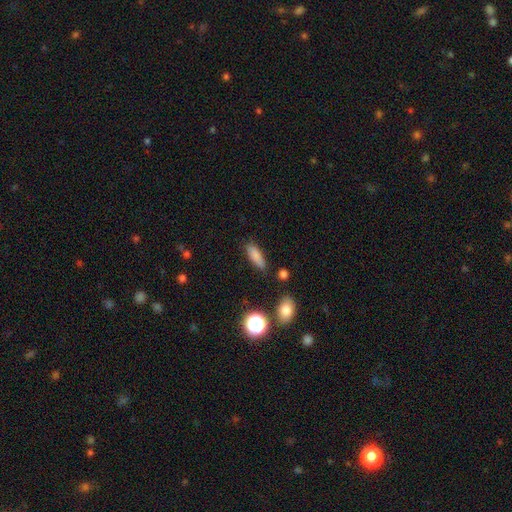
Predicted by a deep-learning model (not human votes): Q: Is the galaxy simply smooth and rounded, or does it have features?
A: smooth — 82%.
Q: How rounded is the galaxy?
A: in between — 56%.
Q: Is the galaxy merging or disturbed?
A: none — 79%.